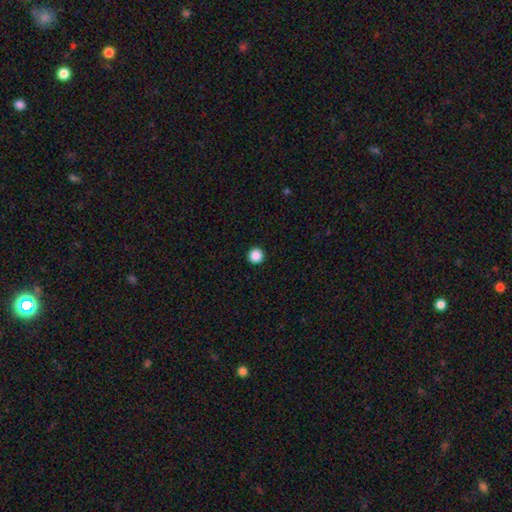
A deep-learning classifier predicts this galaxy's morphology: Smooth or featured? smooth (88%)
How rounded? round (96%)
Merging? none (94%)